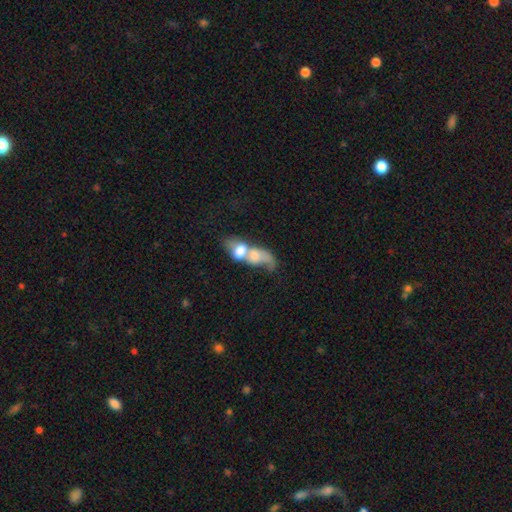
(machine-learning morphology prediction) Smooth or featured?
  - smooth: 55% *
  - featured or disk: 36%
  - star or artifact: 9%
How rounded?
  - in between: 72% *
  - round: 20%
  - cigar-shaped: 8%
Merging?
  - merger: 83% *
  - major disturbance: 8%
  - none: 5%
  - minor disturbance: 3%